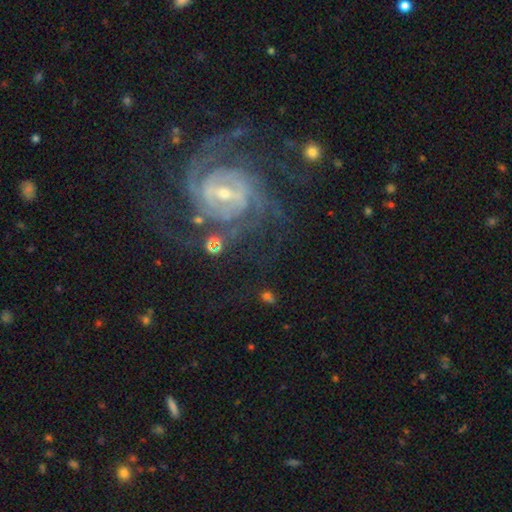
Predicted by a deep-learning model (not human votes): Smooth or featured? Predicted: featured or disk (p=0.87). Edge-on disk? Predicted: no (p=0.98). Bar? Predicted: weak (p=0.45). Spiral arms? Predicted: yes (p=0.97). Spiral winding? Predicted: tight (p=0.55). Spiral arm count? Predicted: 2 (p=0.40). Bulge size? Predicted: small (p=0.69). Merging? Predicted: none (p=0.68).